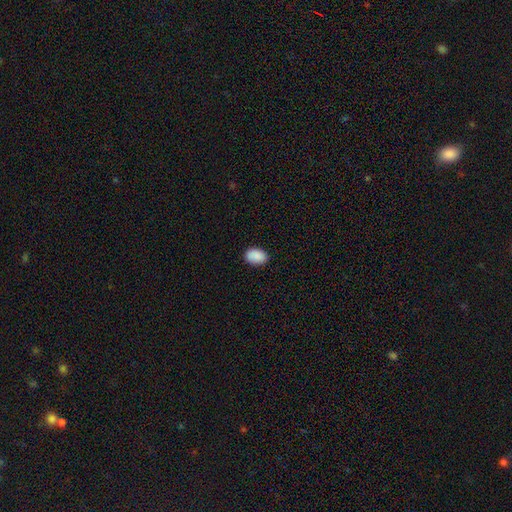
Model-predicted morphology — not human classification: smooth-or-featured: smooth: 89% | star or artifact: 7% | featured or disk: 4%
  how-rounded: in between: 85% | round: 14% | cigar-shaped: 1%
  merging: none: 85% | minor disturbance: 12% | major disturbance: 2% | merger: 1%